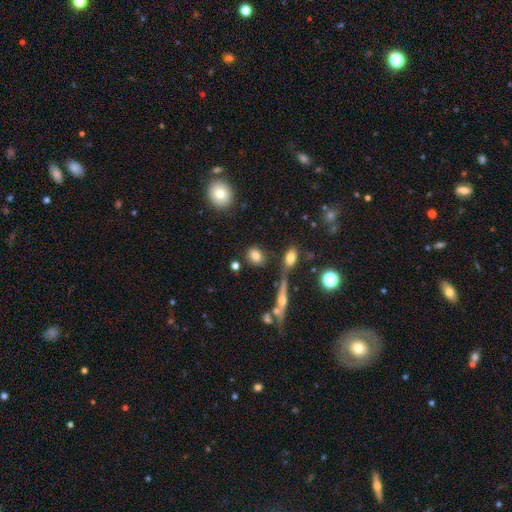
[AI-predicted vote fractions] Smooth or featured: smooth — 78% (featured or disk — 12%)
How rounded: round — 54% (in between — 42%)
Merging: none — 79% (minor disturbance — 10%)